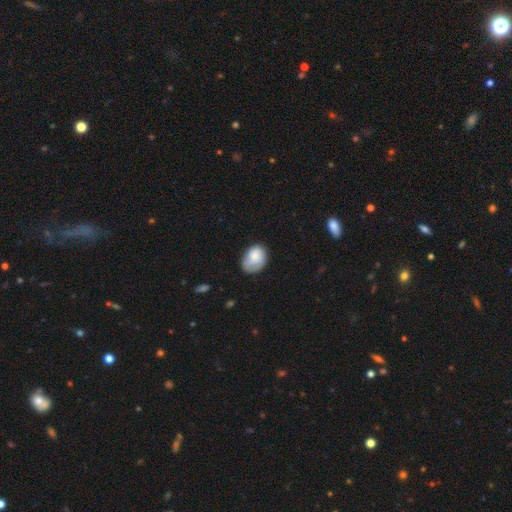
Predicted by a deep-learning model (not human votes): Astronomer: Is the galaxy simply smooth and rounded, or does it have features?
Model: smooth — 74%.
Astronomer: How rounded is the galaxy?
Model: in between — 64%.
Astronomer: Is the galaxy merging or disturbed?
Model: none — 55% (runner-up: minor disturbance, 31%).